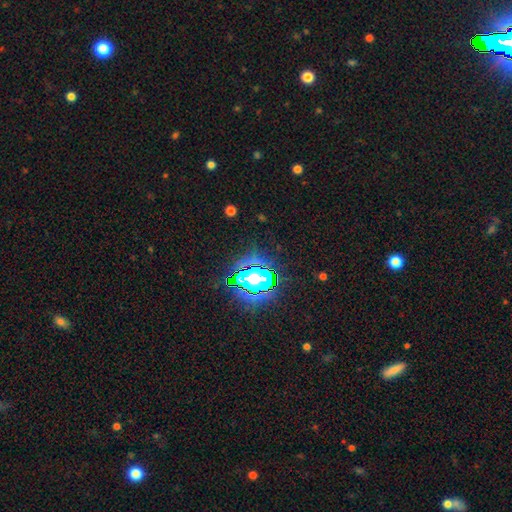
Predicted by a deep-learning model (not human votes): smooth_or_featured: star or artifact (p=0.79) [alt: smooth p=0.12]